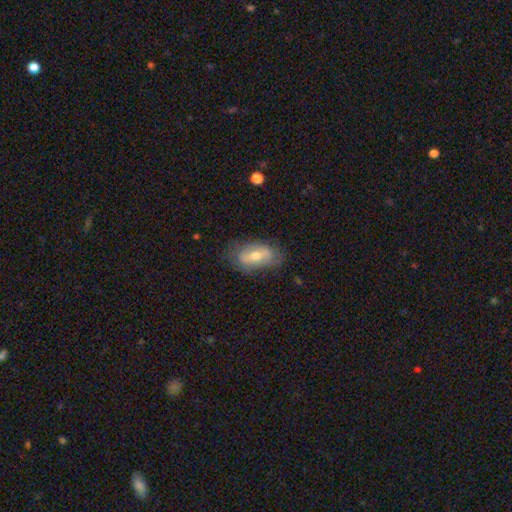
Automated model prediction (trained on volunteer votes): A featured or disk galaxy (47%).

Vote fractions:
- Smooth or featured? featured or disk: 47% / smooth: 45% / star or artifact: 7%
- Merging? none: 69% / minor disturbance: 22% / major disturbance: 8% / merger: 2%